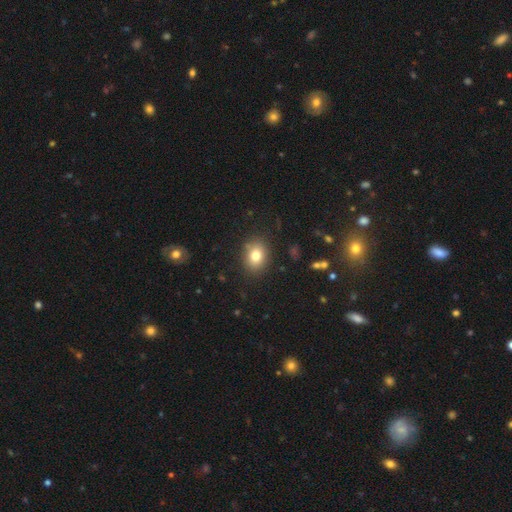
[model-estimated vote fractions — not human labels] smooth-or-featured: smooth: 79% | star or artifact: 11% | featured or disk: 10%
  how-rounded: in between: 58% | round: 41% | cigar-shaped: 1%
  merging: none: 86% | minor disturbance: 10% | major disturbance: 3% | merger: 2%